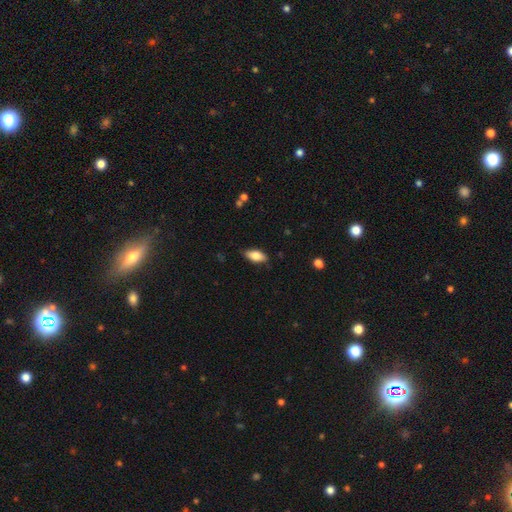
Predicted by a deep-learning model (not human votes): Smooth or featured?
  - smooth: 78% *
  - featured or disk: 15%
  - star or artifact: 7%
How rounded?
  - in between: 87% *
  - cigar-shaped: 10%
  - round: 3%
Merging?
  - none: 82% *
  - minor disturbance: 14%
  - major disturbance: 3%
  - merger: 1%